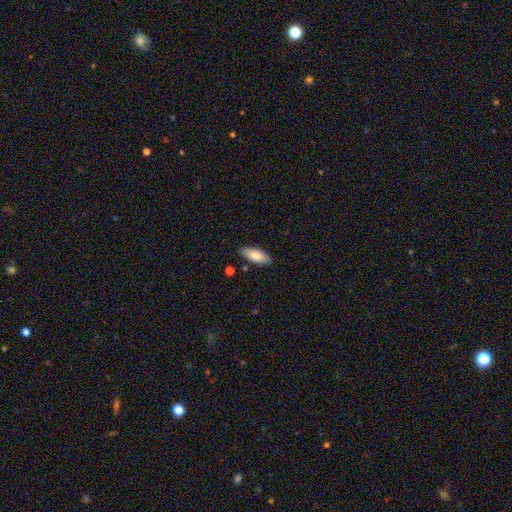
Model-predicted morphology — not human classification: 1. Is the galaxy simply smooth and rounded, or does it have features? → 84% smooth, 10% featured or disk, 6% star or artifact.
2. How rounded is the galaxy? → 81% in between, 18% cigar-shaped, 2% round.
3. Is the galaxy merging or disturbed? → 85% none, 11% minor disturbance, 2% merger, 2% major disturbance.